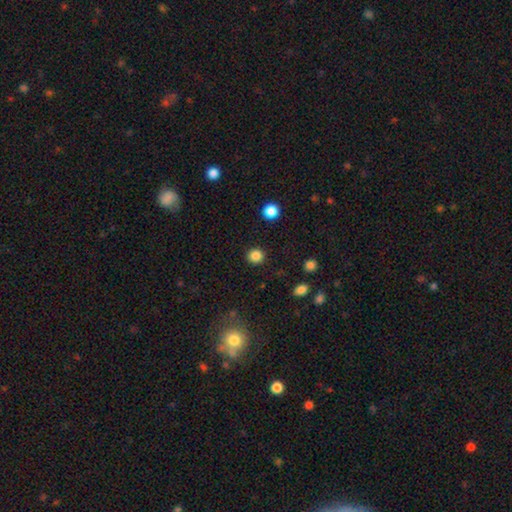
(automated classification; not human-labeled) smooth 85%, star or artifact 11%, featured or disk 3%. Down the decision tree: how rounded — round (88%); merging — none (91%).